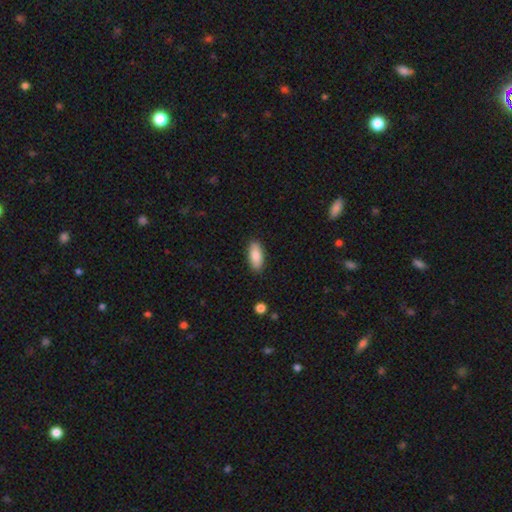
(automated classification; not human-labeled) The model was most divided on "how rounded": in between: 85%, cigar-shaped: 12%, round: 2%. More confident: merging — none (88%); smooth or featured — smooth (85%).